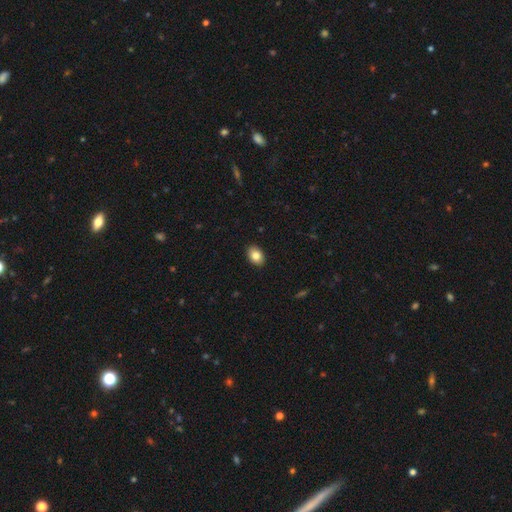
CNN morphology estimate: smooth_or_featured: smooth (p=0.84) [alt: featured or disk p=0.08]
how_rounded: in between (p=0.79) [alt: round p=0.20]
merging: none (p=0.91) [alt: minor disturbance p=0.07]